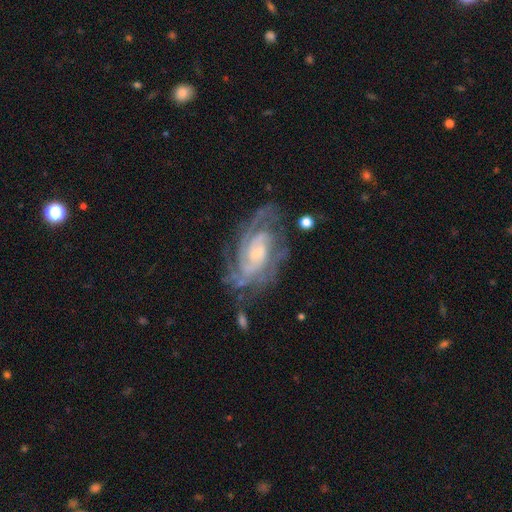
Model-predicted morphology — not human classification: The model was most divided on "spiral arm count" (2-way tie): 2: 27%, can't tell: 27%, 3: 24%, 4: 11%, more than 4: 6%, 1: 5%; "bulge size" (2-way tie): moderate: 42%, small: 42%, large: 8%, none: 7%, dominant: 1%. More confident: spiral arms — yes (96%); edge-on disk — no (95%); smooth or featured — featured or disk (86%); merging — none (71%); spiral winding — tight (59%); bar — no (53%).